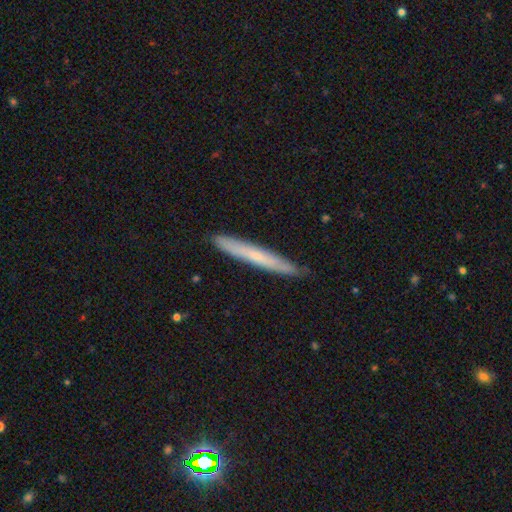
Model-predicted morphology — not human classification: smooth 53%, featured or disk 41%, star or artifact 6%. Down the decision tree: how rounded — cigar-shaped (96%); merging — none (89%).